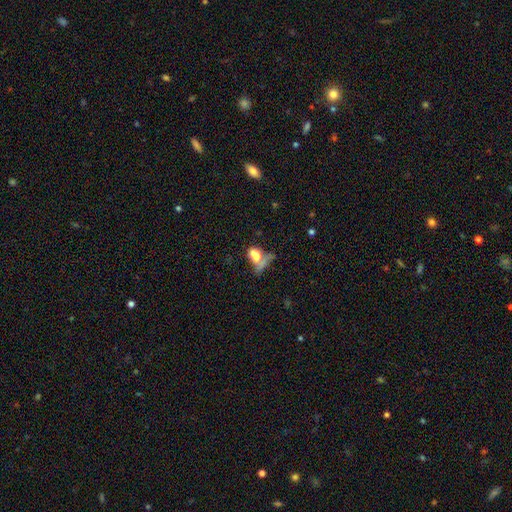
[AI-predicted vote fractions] Smooth or featured: smooth — 64% (featured or disk — 23%)
How rounded: in between — 76% (round — 14%)
Merging: merger — 40% (none — 24%)